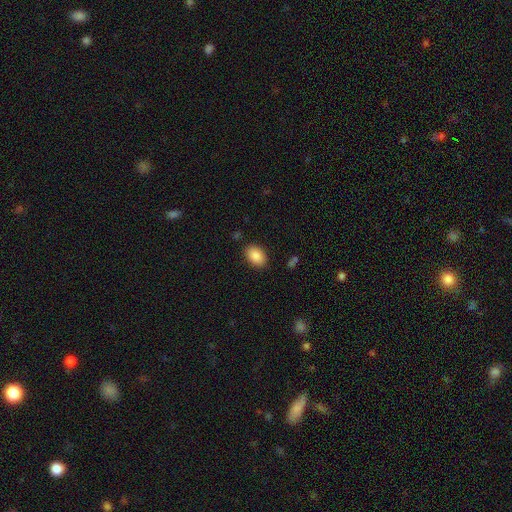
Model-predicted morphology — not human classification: smooth_or_featured: smooth (p=0.88) [alt: star or artifact p=0.07]
how_rounded: in between (p=0.87) [alt: round p=0.12]
merging: none (p=0.87) [alt: minor disturbance p=0.09]